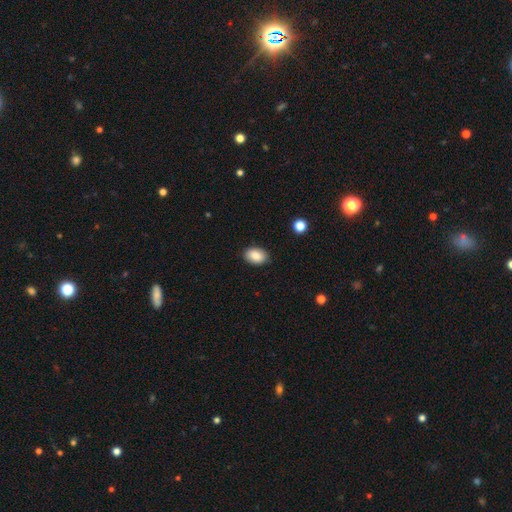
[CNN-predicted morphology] Overall: smooth (87%). How rounded: in between (86%). Merging: none (88%).